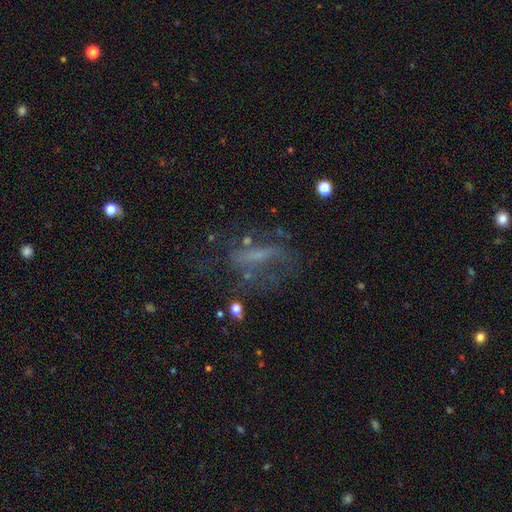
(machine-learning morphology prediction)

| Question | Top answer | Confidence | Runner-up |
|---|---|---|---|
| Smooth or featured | featured or disk | 52% | smooth (28%) |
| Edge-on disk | no | 80% | yes (20%) |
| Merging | none | 48% | major disturbance (28%) |